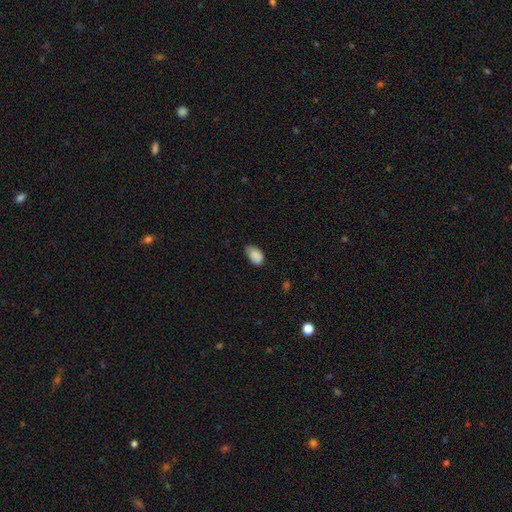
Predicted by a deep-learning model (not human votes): Q: Smooth or featured?
A: smooth (88%); runner-up: star or artifact (7%)
Q: How rounded?
A: in between (91%); runner-up: round (8%)
Q: Merging?
A: none (61%); runner-up: minor disturbance (32%)